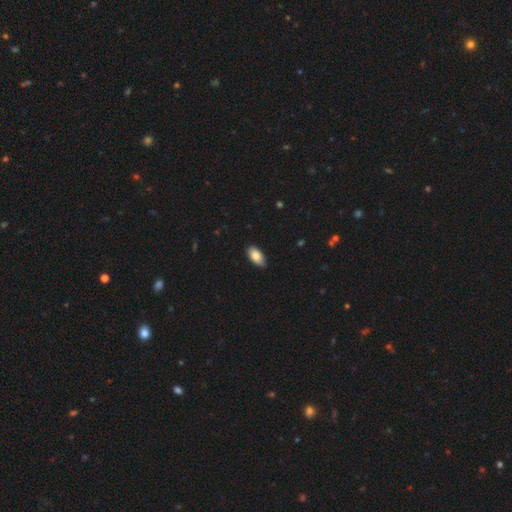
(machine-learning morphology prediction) type=smooth (82%); roundness=in between (94%); merging=none (84%).